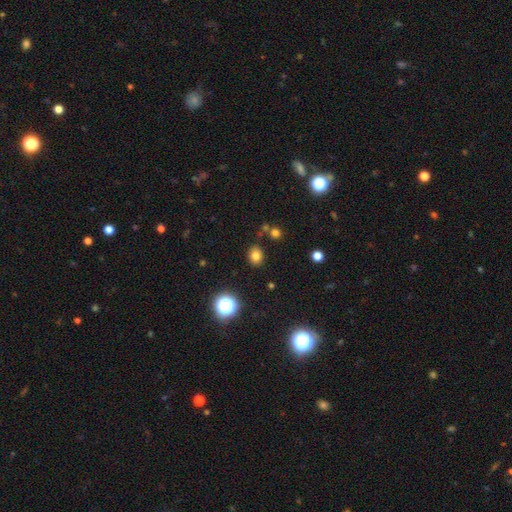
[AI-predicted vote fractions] This is likely a smooth galaxy (78%). How rounded: possibly round (57%). Merging: clearly none (84%).